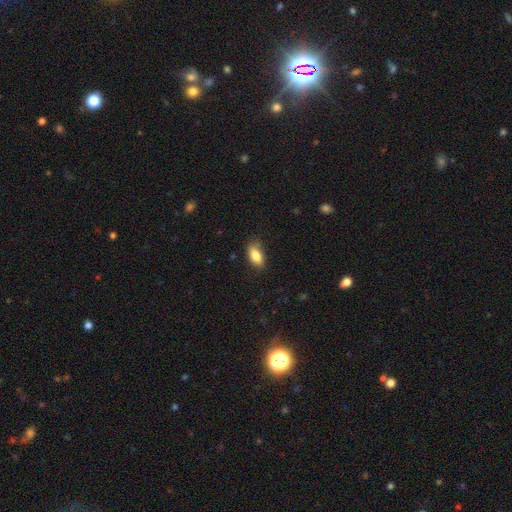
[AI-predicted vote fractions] The model was most divided on "merging": none: 78%, minor disturbance: 18%, major disturbance: 3%, merger: 1%. More confident: how rounded — in between (88%); smooth or featured — smooth (84%).